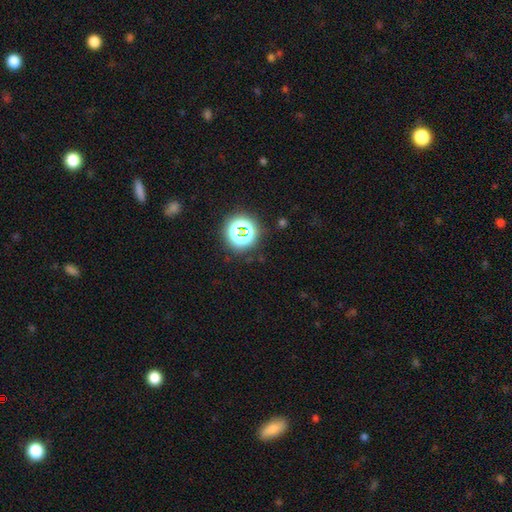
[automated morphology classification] This is likely a star or artifact rather than a galaxy (72%).